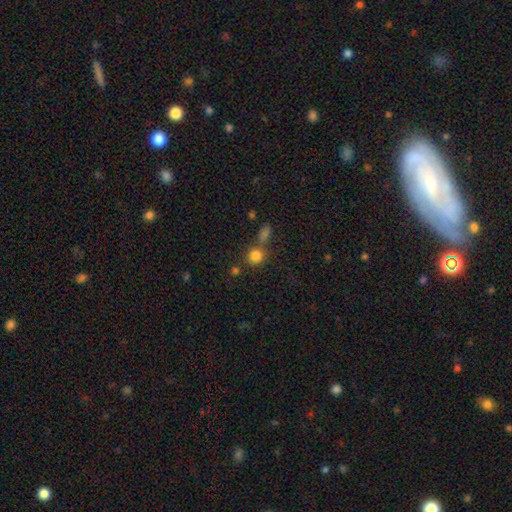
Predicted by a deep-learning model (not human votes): The model was most divided on "merging": none: 65%, merger: 20%, minor disturbance: 10%, major disturbance: 5%. More confident: how rounded — round (85%); smooth or featured — smooth (81%).